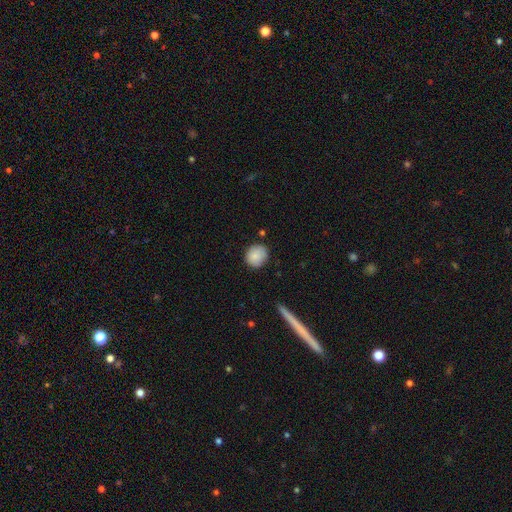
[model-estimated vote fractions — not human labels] Smooth or featured?
  - smooth: 87% *
  - star or artifact: 7%
  - featured or disk: 6%
How rounded?
  - round: 81% *
  - in between: 18%
  - cigar-shaped: 1%
Merging?
  - none: 80% *
  - minor disturbance: 15%
  - major disturbance: 3%
  - merger: 2%